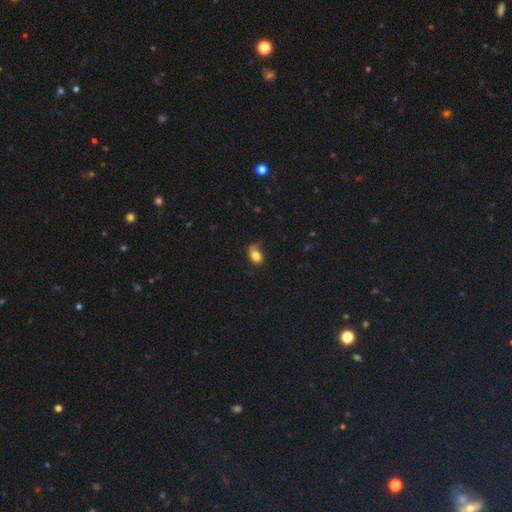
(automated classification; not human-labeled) Smooth or featured? Predicted: smooth (p=0.74). How rounded? Predicted: in between (p=0.68). Merging? Predicted: none (p=0.41).